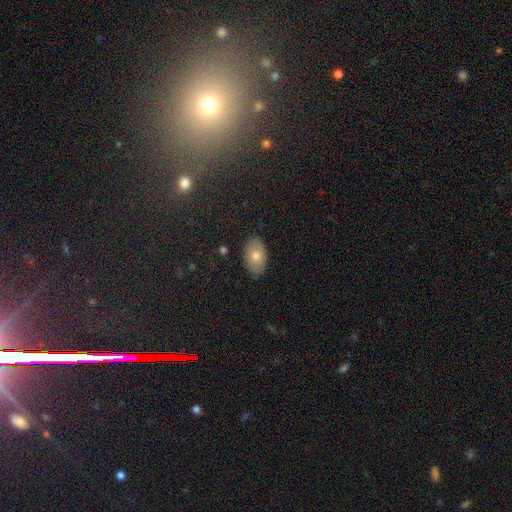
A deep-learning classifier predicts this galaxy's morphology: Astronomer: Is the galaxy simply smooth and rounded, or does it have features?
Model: smooth — 73%.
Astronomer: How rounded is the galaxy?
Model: in between — 90%.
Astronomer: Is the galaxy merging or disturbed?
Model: none — 87%.